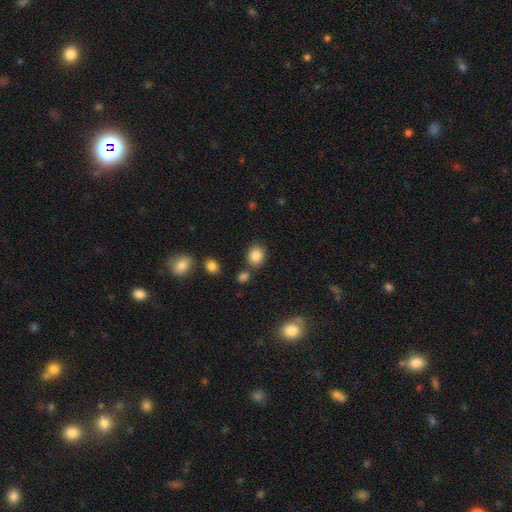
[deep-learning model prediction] Smooth or featured: smooth — 85% (star or artifact — 10%)
How rounded: round — 60% (in between — 39%)
Merging: none — 77% (minor disturbance — 12%)